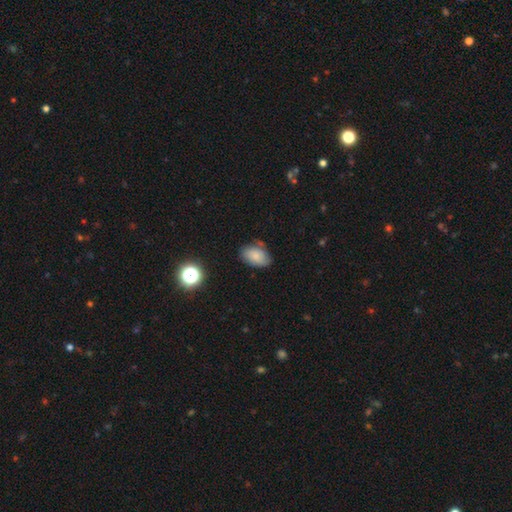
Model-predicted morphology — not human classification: A smooth galaxy with no disk features (77%) that is in between round and cigar-shaped (90%). Merging: none (67%).